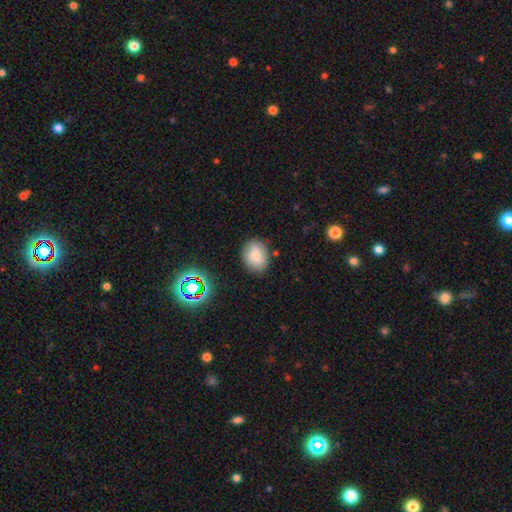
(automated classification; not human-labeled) smooth 77%, featured or disk 12%, star or artifact 11%. Down the decision tree: how rounded — in between (52%); merging — none (82%).